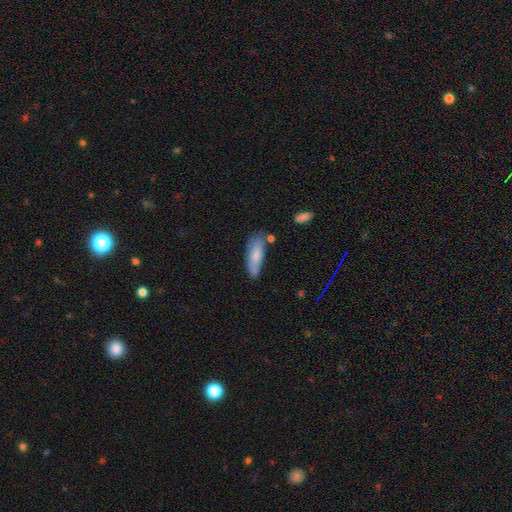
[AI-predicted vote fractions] smooth_or_featured: smooth (p=0.76) [alt: featured or disk p=0.18]
how_rounded: in between (p=0.53) [alt: cigar-shaped p=0.46]
merging: none (p=0.65) [alt: minor disturbance p=0.24]